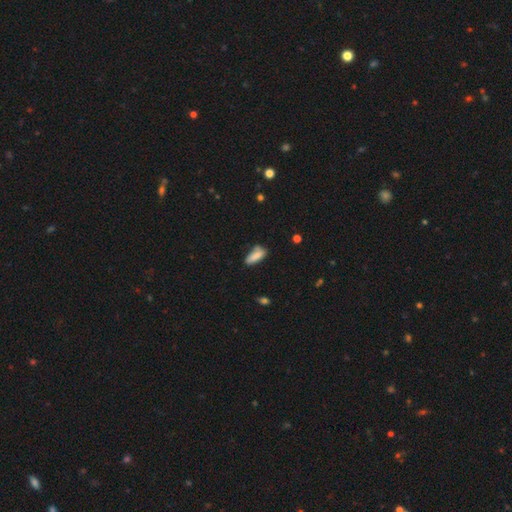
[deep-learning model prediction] A smooth galaxy with no disk features (79%) that is in between round and cigar-shaped (73%).

Vote fractions:
- Smooth or featured? smooth: 79% / featured or disk: 13% / star or artifact: 8%
- How rounded? in between: 73% / cigar-shaped: 24% / round: 2%
- Merging? none: 55% / minor disturbance: 30% / merger: 8% / major disturbance: 7%